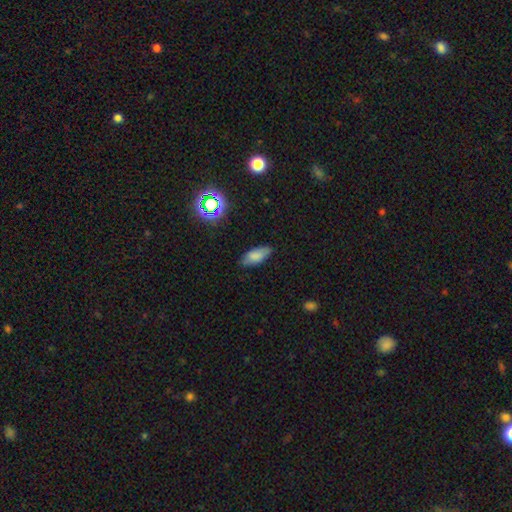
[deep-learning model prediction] This appears to be a smooth galaxy with no disk features (78%) that is in between round and cigar-shaped (84%). Merging: none (78%).